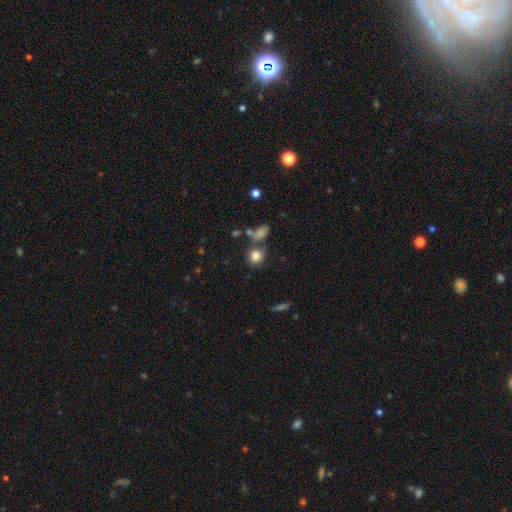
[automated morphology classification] Overall: smooth (82%). How rounded: round (77%). Merging: none (65%).